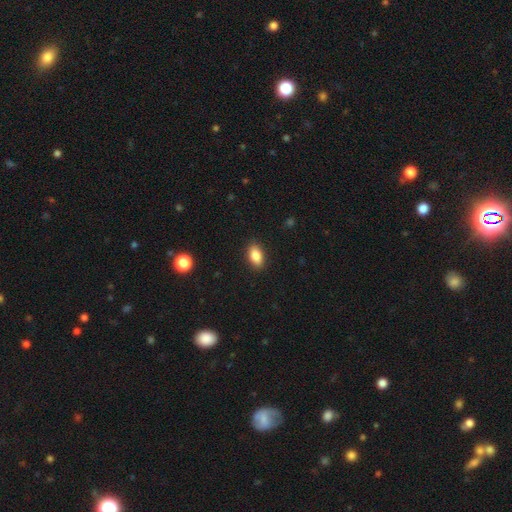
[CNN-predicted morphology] smooth_or_featured: smooth (p=0.86) [alt: star or artifact p=0.08]
how_rounded: in between (p=0.88) [alt: round p=0.07]
merging: none (p=0.89) [alt: minor disturbance p=0.08]